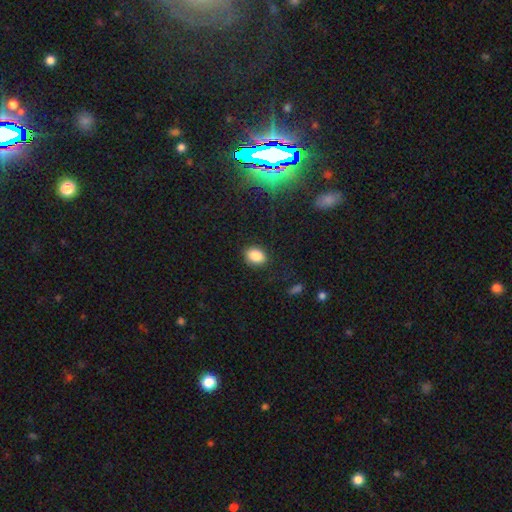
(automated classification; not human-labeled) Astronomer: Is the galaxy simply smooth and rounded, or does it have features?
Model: smooth — 86%.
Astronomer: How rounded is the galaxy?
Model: in between — 73%.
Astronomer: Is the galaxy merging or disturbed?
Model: none — 86%.